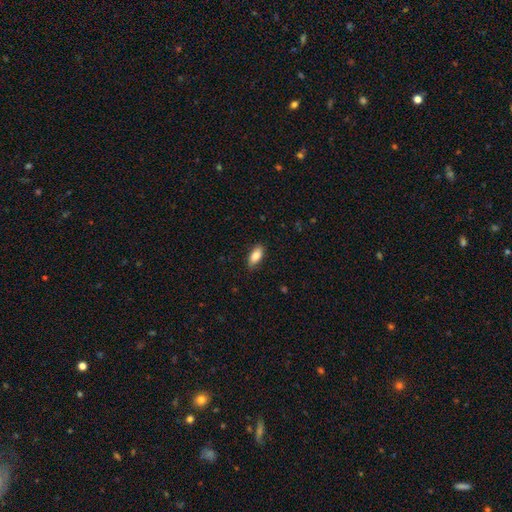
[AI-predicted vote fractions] The model was most divided on "merging": none: 82%, minor disturbance: 14%, major disturbance: 3%, merger: 1%. More confident: smooth or featured — smooth (85%); how rounded — in between (85%).